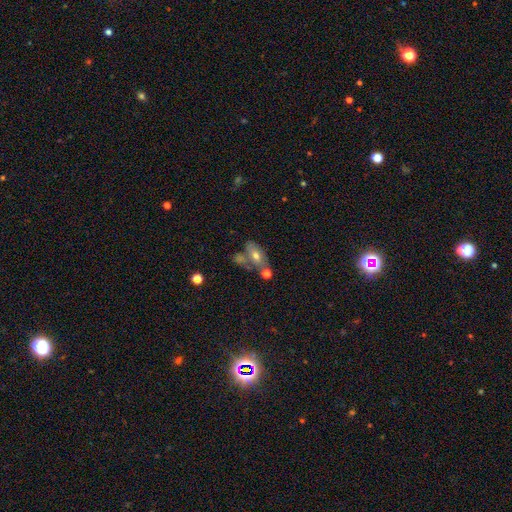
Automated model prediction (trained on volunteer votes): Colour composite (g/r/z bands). It shows a smooth galaxy with no disk features (59%) that is in between round and cigar-shaped (81%). Merging: none (44%).